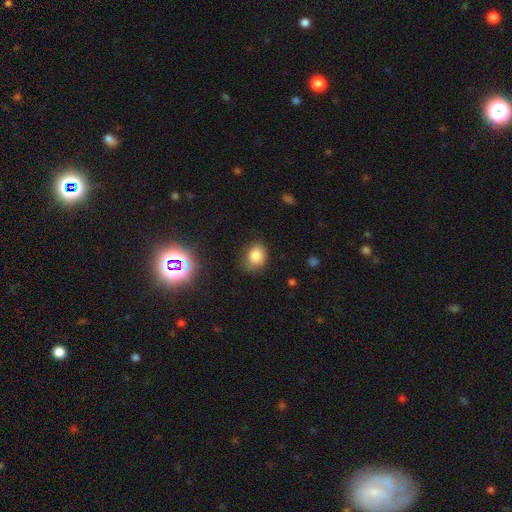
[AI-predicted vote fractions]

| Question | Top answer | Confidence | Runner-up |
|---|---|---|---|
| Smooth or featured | smooth | 81% | star or artifact (12%) |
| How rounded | round | 53% | in between (46%) |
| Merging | none | 69% | minor disturbance (23%) |